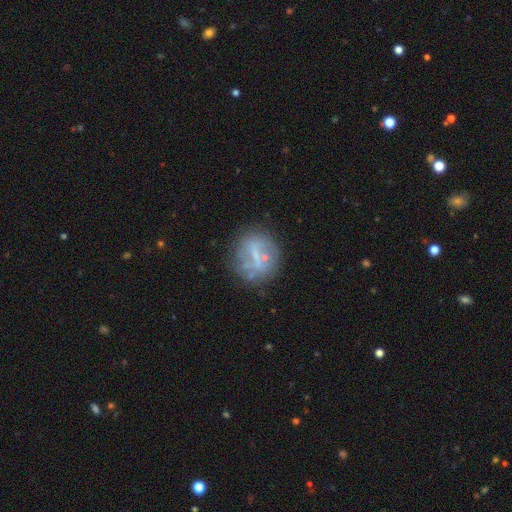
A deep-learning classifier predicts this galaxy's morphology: A featured or disk galaxy (52%).

Vote fractions:
- Smooth or featured? featured or disk: 52% / smooth: 35% / star or artifact: 13%
- Edge-on disk? no: 92% / yes: 8%
- Merging? none: 70% / minor disturbance: 17% / major disturbance: 9% / merger: 5%